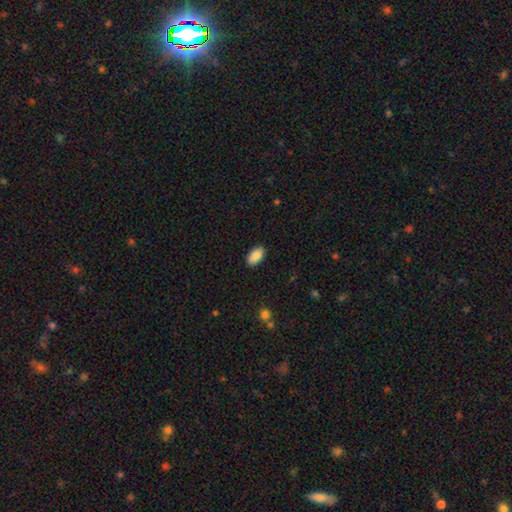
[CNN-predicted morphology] This is clearly a smooth galaxy (89%). How rounded: clearly in between (94%). Merging: clearly none (89%).